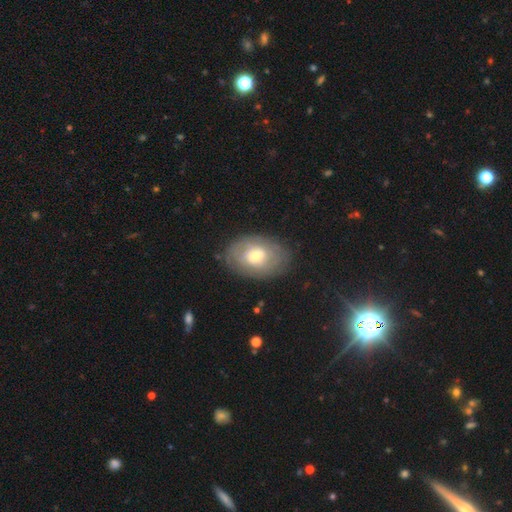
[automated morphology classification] The model was most divided on "smooth or featured": featured or disk: 49%, smooth: 44%, star or artifact: 7%. More confident: merging — none (78%).